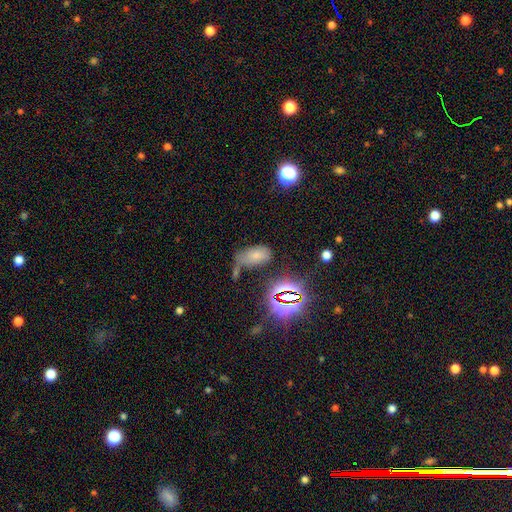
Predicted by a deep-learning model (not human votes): Smooth or featured?
  - smooth: 61% *
  - star or artifact: 26%
  - featured or disk: 12%
How rounded?
  - in between: 92% *
  - round: 5%
  - cigar-shaped: 3%
Merging?
  - none: 47% *
  - minor disturbance: 23%
  - merger: 18%
  - major disturbance: 12%